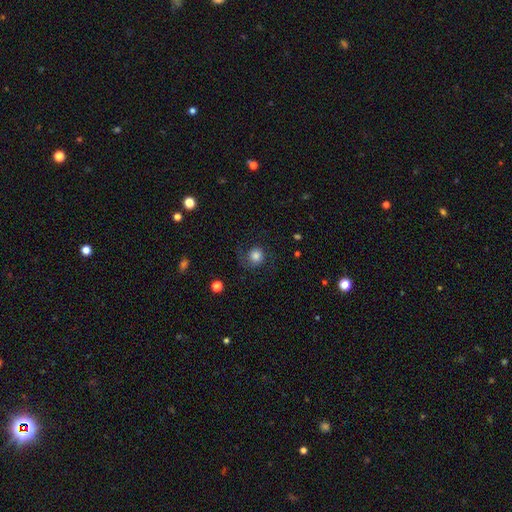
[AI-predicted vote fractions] smooth_or_featured: smooth (p=0.59) [alt: featured or disk p=0.31]
how_rounded: round (p=0.88) [alt: in between p=0.11]
merging: none (p=0.65) [alt: major disturbance p=0.17]